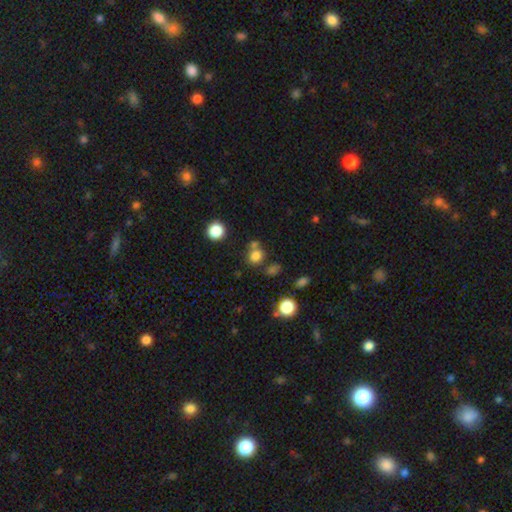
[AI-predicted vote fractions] This is likely a smooth galaxy (77%). How rounded: likely round (78%). Merging: likely none (62%).